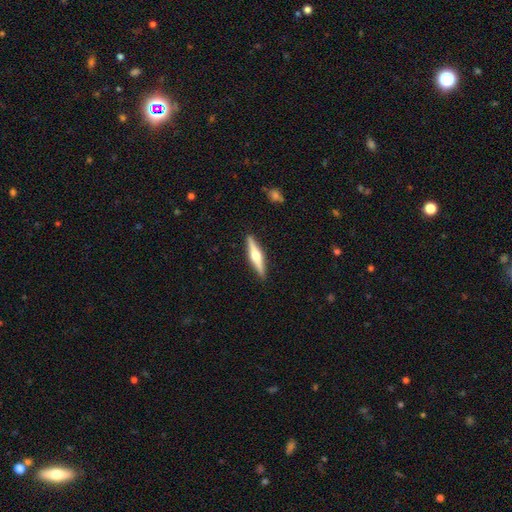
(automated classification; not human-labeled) Overall: featured or disk (69%). Edge-on disk: yes (98%). Edge-on bulge: rounded (94%). Merging: none (91%).